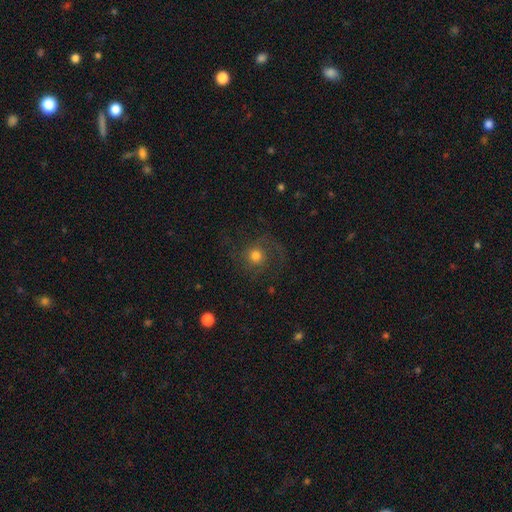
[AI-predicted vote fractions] Smooth or featured?
  - smooth: 46% *
  - featured or disk: 40%
  - star or artifact: 13%
Merging?
  - none: 60% *
  - major disturbance: 23%
  - minor disturbance: 16%
  - merger: 2%